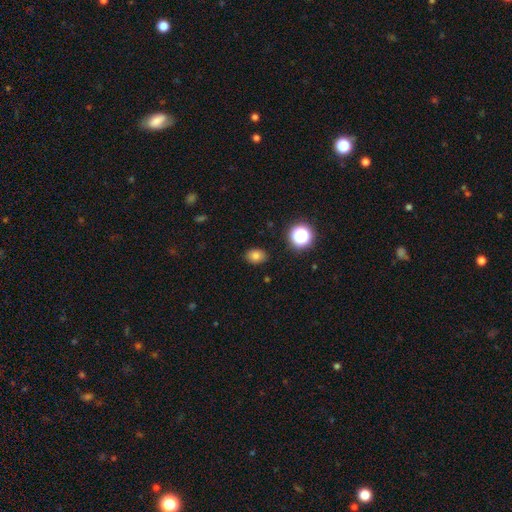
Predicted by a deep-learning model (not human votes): A smooth galaxy with no disk features (79%) that is in between round and cigar-shaped (63%). Merging: none (86%).